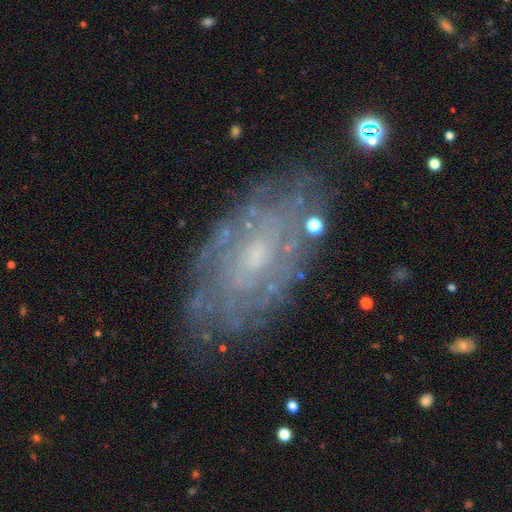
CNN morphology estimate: This is likely a featured or disk galaxy (74%). It is clearly not viewed edge-on (92%). Bar: likely no (71%). Spiral arm pattern: likely yes (72%). Central bulge: likely small (61%). Merging: likely none (76%).